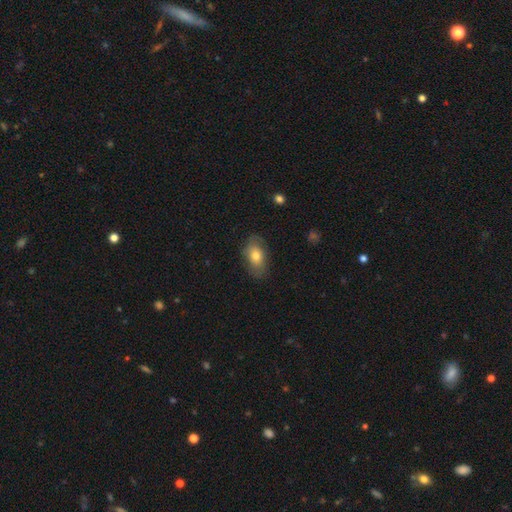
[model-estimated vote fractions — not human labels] This appears to be a smooth galaxy with no disk features (72%) that is in between round and cigar-shaped (88%). Merging: none (77%).